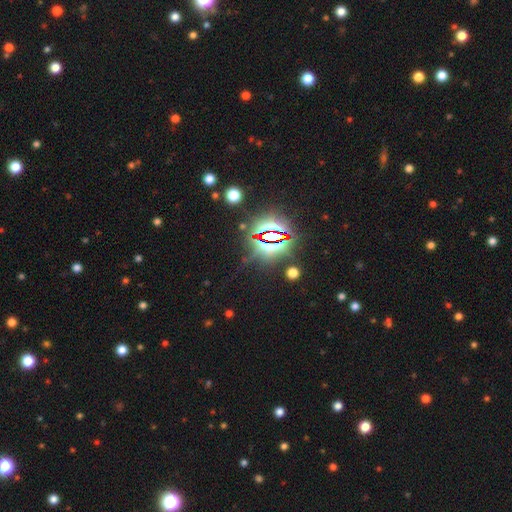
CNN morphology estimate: smooth-or-featured: star or artifact: 85% | smooth: 8% | featured or disk: 6%